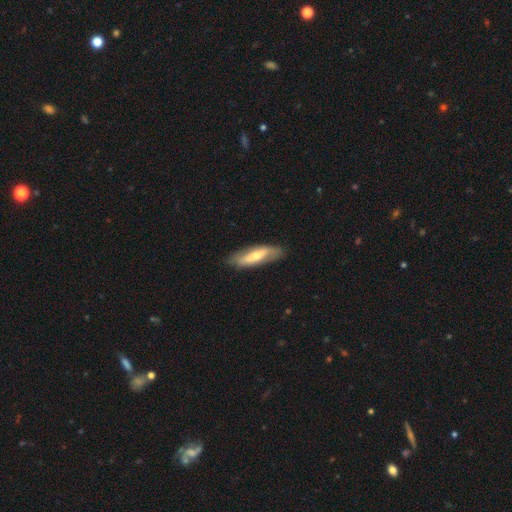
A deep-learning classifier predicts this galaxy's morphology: This appears to be a featured or disk galaxy (48%). Merging: none (80%).